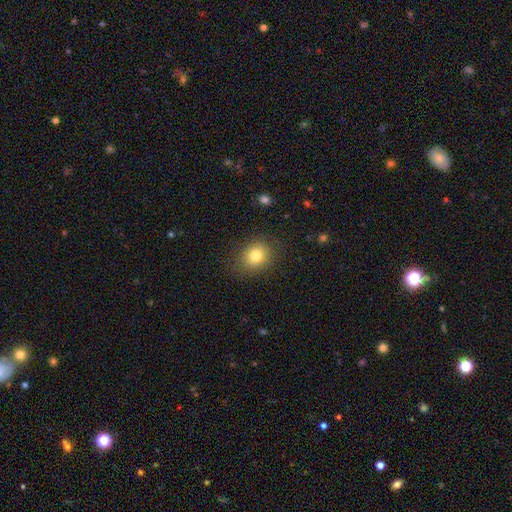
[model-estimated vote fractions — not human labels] This is likely a smooth galaxy (80%). How rounded: likely round (62%). Merging: clearly none (84%).